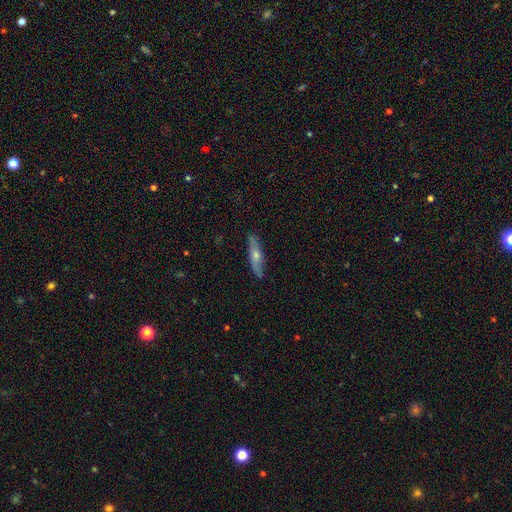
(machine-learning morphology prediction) A featured or disk galaxy (49%). Merging: none (83%).